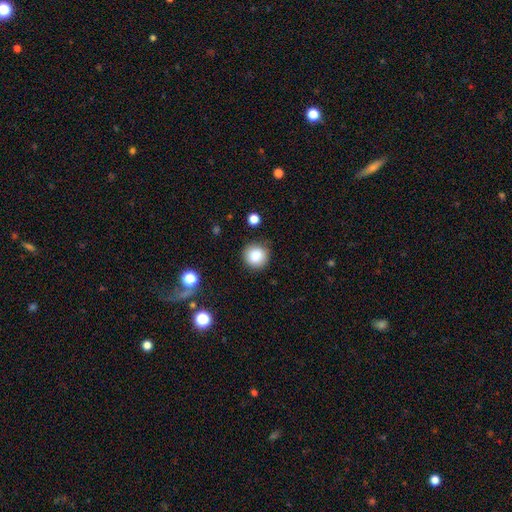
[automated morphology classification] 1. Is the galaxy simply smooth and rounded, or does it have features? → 86% smooth, 10% star or artifact, 4% featured or disk.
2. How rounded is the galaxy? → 93% round, 6% in between, 1% cigar-shaped.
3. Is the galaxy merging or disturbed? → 87% none, 9% minor disturbance, 3% major disturbance, 2% merger.